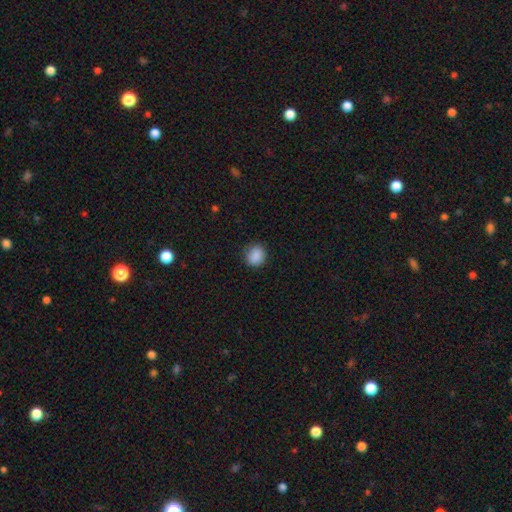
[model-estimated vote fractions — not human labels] Smooth or featured? Predicted: smooth (p=0.88). How rounded? Predicted: round (p=0.77). Merging? Predicted: none (p=0.83).